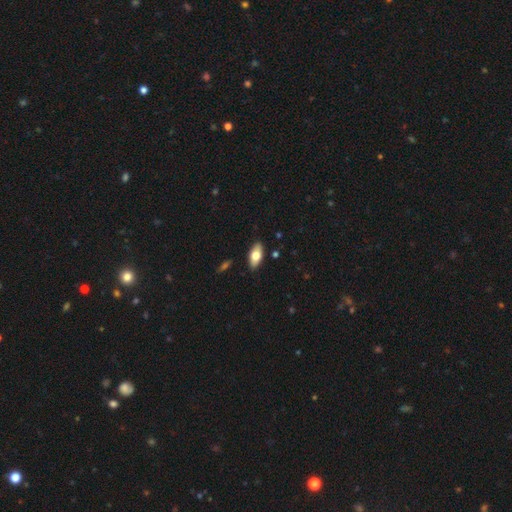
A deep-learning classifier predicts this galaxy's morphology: Smooth or featured? smooth (71%)
How rounded? in between (89%)
Merging? none (88%)